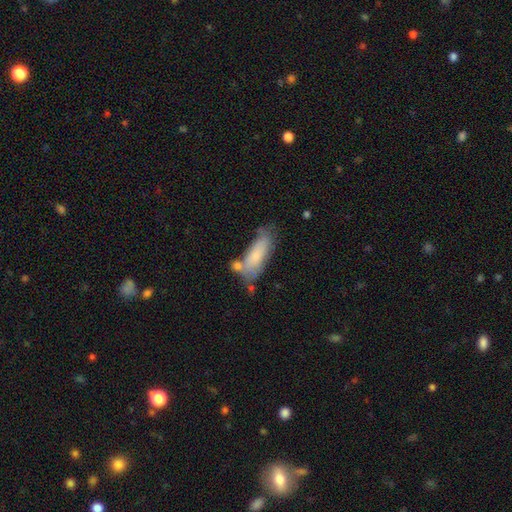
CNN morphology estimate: A smooth galaxy with no disk features (72%) that is in between round and cigar-shaped (66%).

Vote fractions:
- Smooth or featured? smooth: 72% / featured or disk: 22% / star or artifact: 7%
- How rounded? in between: 66% / cigar-shaped: 32% / round: 2%
- Merging? none: 49% / minor disturbance: 25% / merger: 17% / major disturbance: 9%